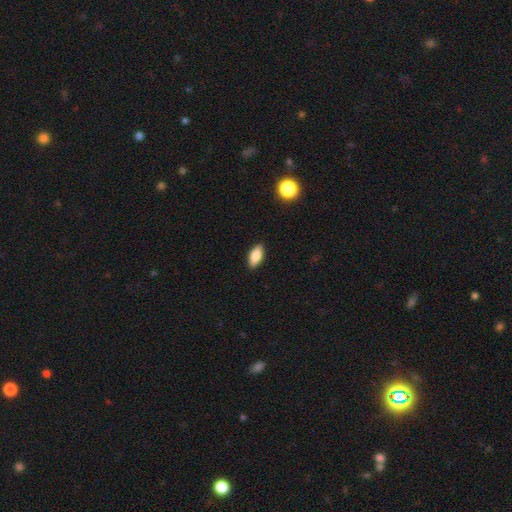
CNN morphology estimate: Smooth or featured? Predicted: smooth (p=0.79). How rounded? Predicted: in between (p=0.84). Merging? Predicted: none (p=0.88).